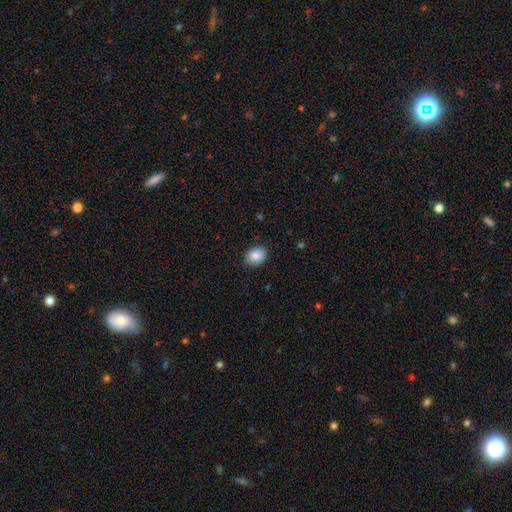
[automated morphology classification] Overall: smooth (84%). How rounded: in between (61%; round 38%). Merging: none (88%).